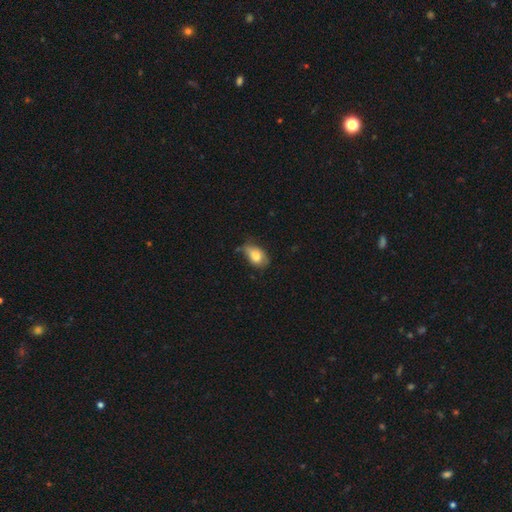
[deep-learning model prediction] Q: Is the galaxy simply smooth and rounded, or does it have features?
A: smooth — 79%.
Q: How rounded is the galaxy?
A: in between — 85%.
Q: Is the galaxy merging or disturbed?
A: minor disturbance — 43%.